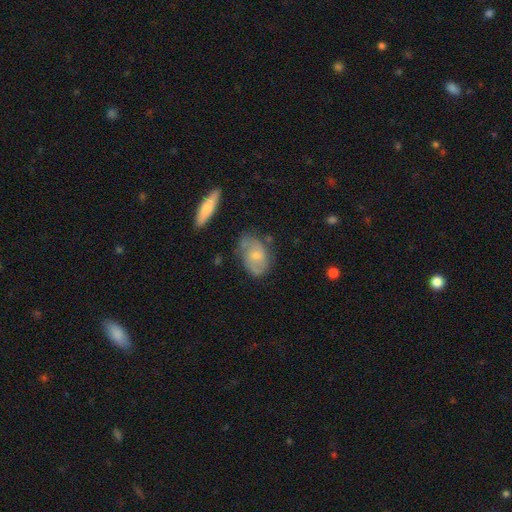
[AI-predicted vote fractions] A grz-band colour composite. It shows a featured or disk galaxy (51%). Merging: none (63%).